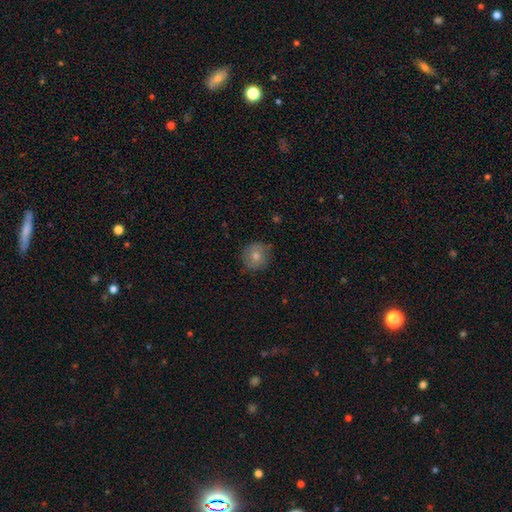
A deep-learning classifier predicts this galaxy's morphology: Smooth or featured: smooth — 76% (featured or disk — 15%)
How rounded: round — 90% (in between — 9%)
Merging: none — 78% (minor disturbance — 17%)